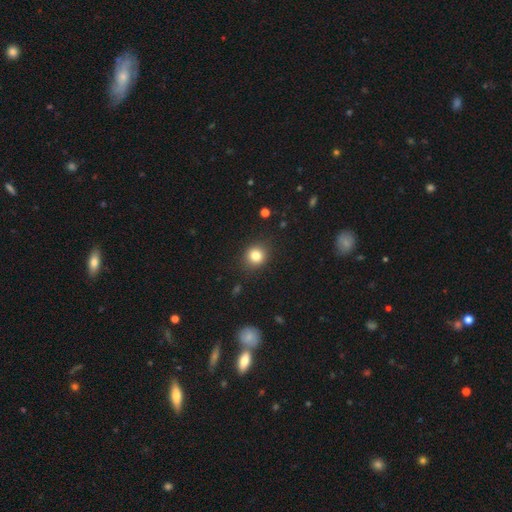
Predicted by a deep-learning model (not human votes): Smooth or featured?
  - smooth: 82% *
  - star or artifact: 11%
  - featured or disk: 6%
How rounded?
  - round: 84% *
  - in between: 15%
  - cigar-shaped: 1%
Merging?
  - none: 88% *
  - minor disturbance: 8%
  - major disturbance: 3%
  - merger: 1%